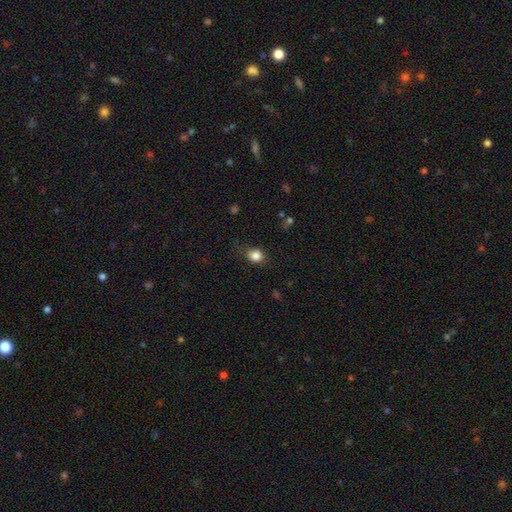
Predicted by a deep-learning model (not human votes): The model was most divided on "how rounded": round: 59%, in between: 40%, cigar-shaped: 1%. More confident: smooth or featured — smooth (84%); merging — none (75%).